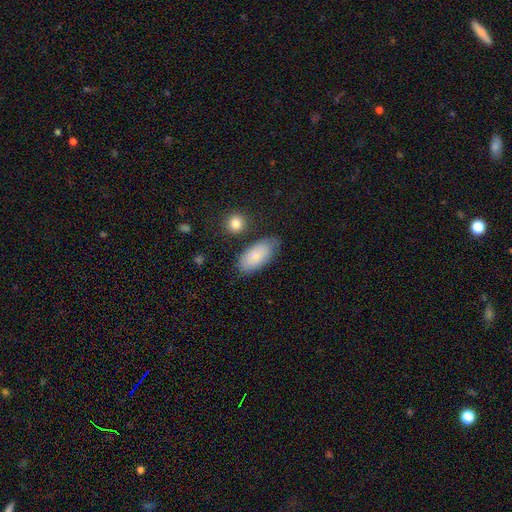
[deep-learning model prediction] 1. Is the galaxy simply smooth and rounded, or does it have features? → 80% smooth, 14% featured or disk, 6% star or artifact.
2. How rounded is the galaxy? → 93% in between, 4% cigar-shaped, 3% round.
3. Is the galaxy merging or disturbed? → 69% none, 21% minor disturbance, 5% merger, 5% major disturbance.